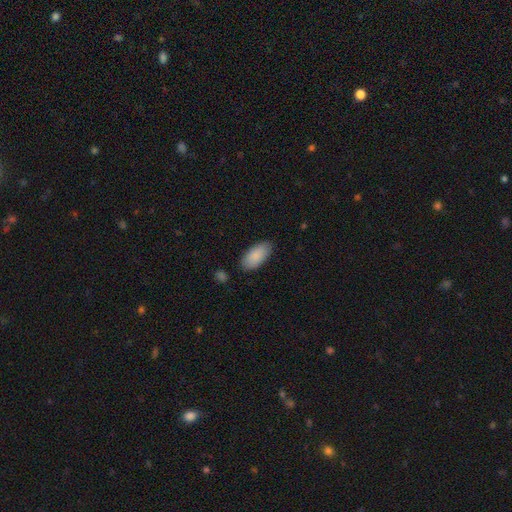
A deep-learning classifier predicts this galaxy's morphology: The model was most divided on "merging": none: 83%, minor disturbance: 13%, major disturbance: 3%, merger: 2%. More confident: how rounded — in between (93%); smooth or featured — smooth (88%).